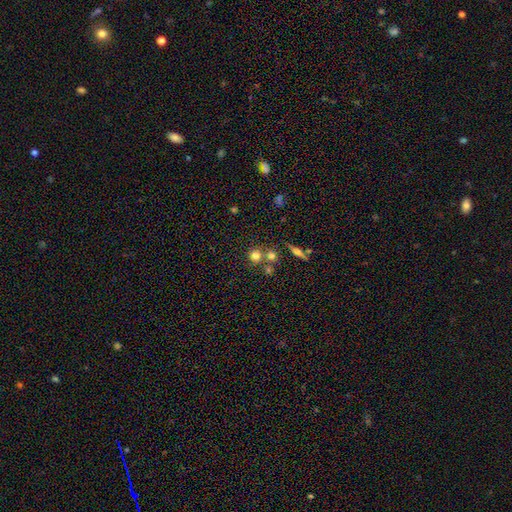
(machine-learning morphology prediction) Overall: smooth (73%). How rounded: round (91%). Merging: none (59%; merger 30%).